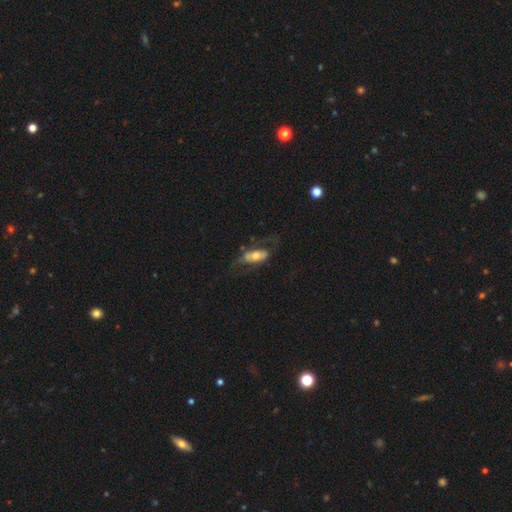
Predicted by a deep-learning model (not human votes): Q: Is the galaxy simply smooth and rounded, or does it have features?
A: featured or disk — 56%.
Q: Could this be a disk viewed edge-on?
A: no — 81%.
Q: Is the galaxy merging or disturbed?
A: none — 54%.